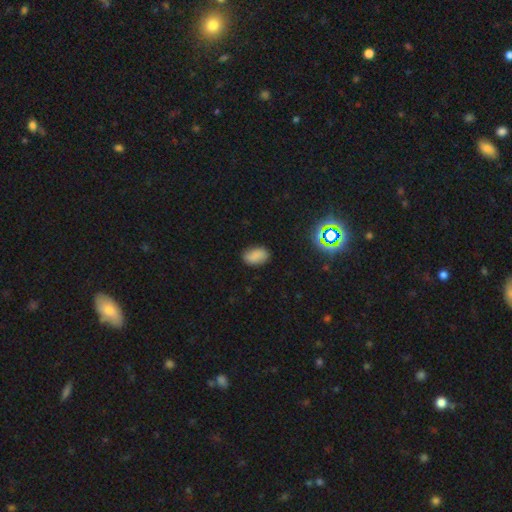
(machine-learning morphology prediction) A smooth galaxy with no disk features (80%) that is in between round and cigar-shaped (90%). Merging: none (83%).